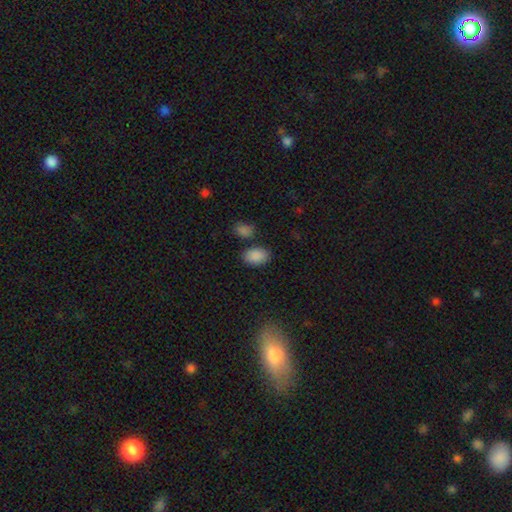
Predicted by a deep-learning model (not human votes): Smooth or featured? Predicted: smooth (p=0.88). How rounded? Predicted: in between (p=0.87). Merging? Predicted: none (p=0.78).